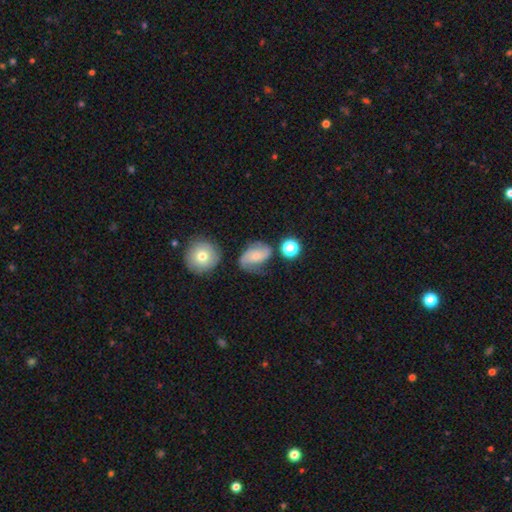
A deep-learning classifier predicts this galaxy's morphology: Smooth or featured? featured or disk (60%)
Edge-on disk? no (97%)
Bar? no (61%)
Spiral arms? yes (91%)
Spiral winding? loose (42%)
Spiral arm count? 2 (81%)
Bulge size? small (59%)
Merging? none (51%)